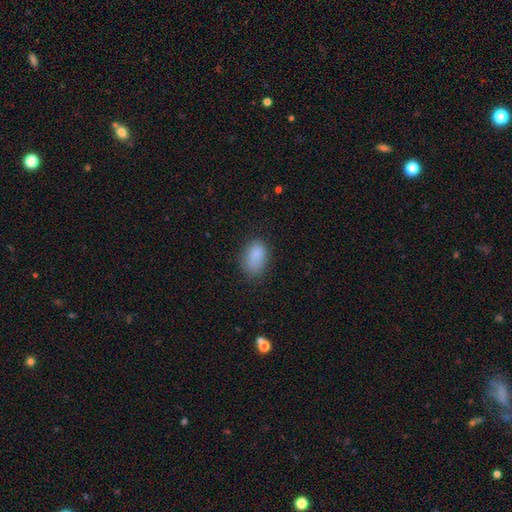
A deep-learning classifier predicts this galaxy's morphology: This is clearly a smooth galaxy (85%). How rounded: clearly in between (87%). Merging: likely none (71%).